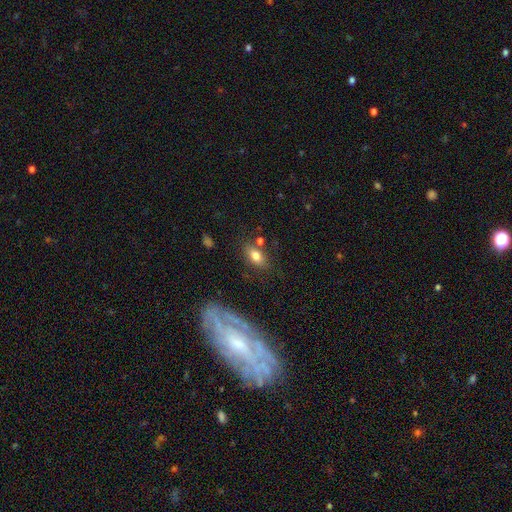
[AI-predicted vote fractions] This appears to be a smooth galaxy with no disk features (77%) that is in between round and cigar-shaped (85%). Merging: none (74%).